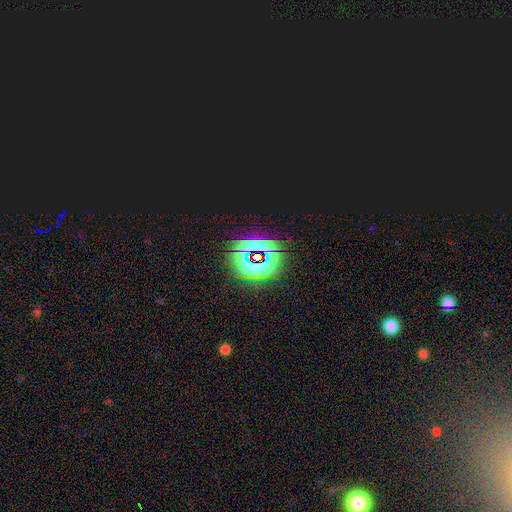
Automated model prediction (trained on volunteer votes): Smooth or featured: star or artifact — 76% (smooth — 14%)